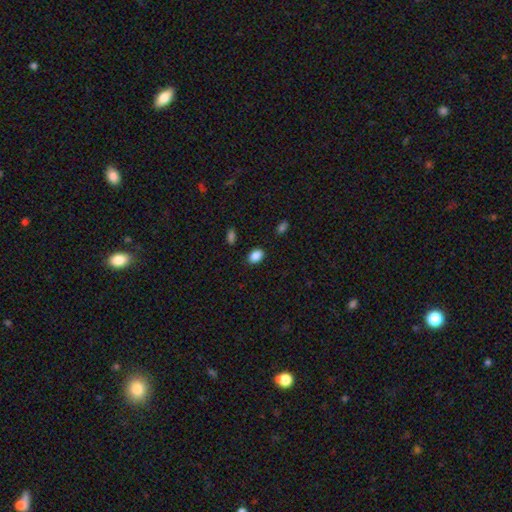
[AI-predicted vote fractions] smooth-or-featured: smooth: 88% | star or artifact: 8% | featured or disk: 4%
  how-rounded: in between: 83% | round: 16% | cigar-shaped: 1%
  merging: none: 88% | minor disturbance: 9% | major disturbance: 2% | merger: 2%